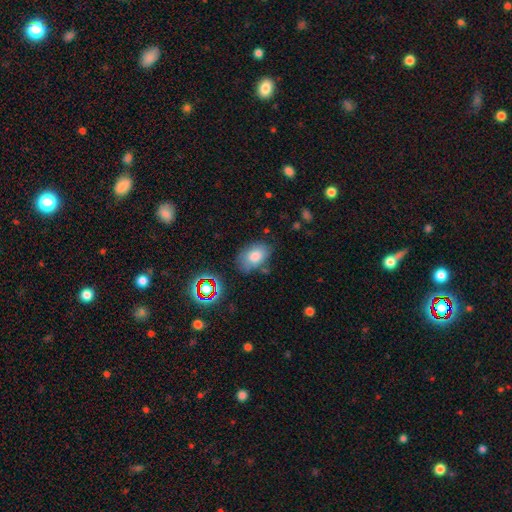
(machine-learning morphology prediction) Overall: smooth (76%). How rounded: in between (84%). Merging: none (68%).